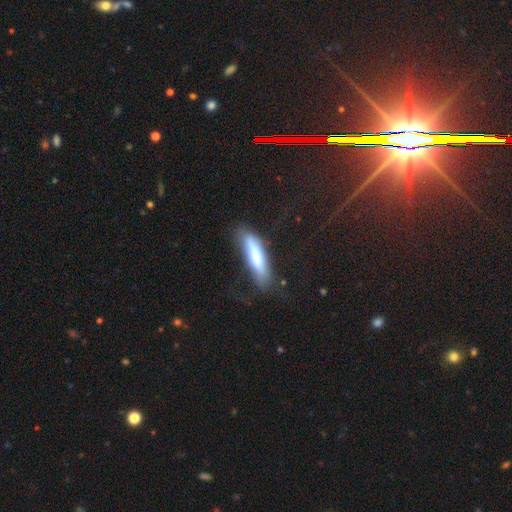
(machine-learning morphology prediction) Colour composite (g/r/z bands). It shows a smooth galaxy with no disk features (69%) that is cigar-shaped (72%). Merging: none (64%).